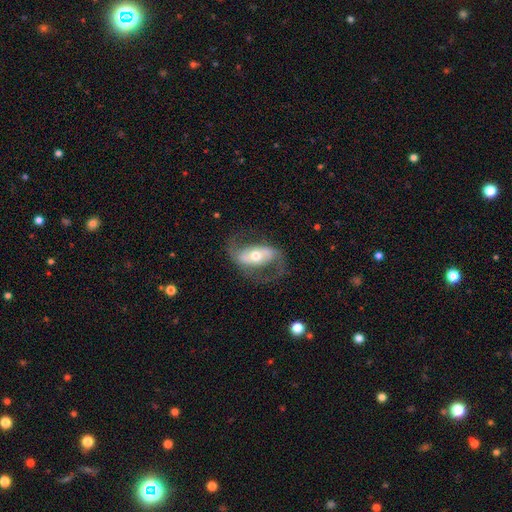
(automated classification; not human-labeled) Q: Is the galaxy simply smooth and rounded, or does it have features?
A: featured or disk — 82%.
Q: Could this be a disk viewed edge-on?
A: no — 95%.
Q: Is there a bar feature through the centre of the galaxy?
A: strong — 38%.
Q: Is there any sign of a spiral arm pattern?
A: yes — 90%.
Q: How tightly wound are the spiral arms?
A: medium — 45%.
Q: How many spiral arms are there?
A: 2 — 91%.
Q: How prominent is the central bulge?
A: moderate — 64%.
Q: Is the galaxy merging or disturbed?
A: none — 68%.